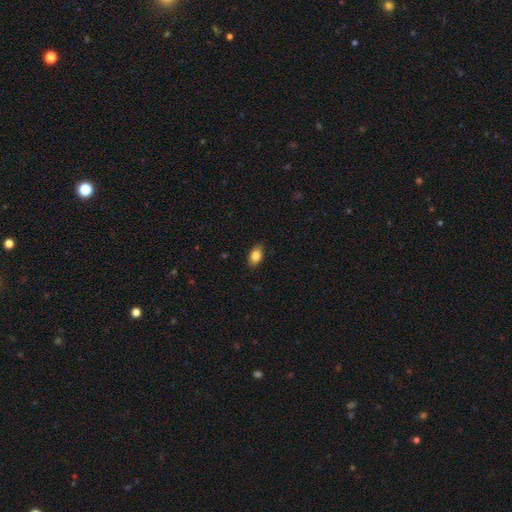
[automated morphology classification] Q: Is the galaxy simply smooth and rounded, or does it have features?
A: smooth — 84%.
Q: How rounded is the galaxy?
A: in between — 88%.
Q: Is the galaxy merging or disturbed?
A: none — 87%.